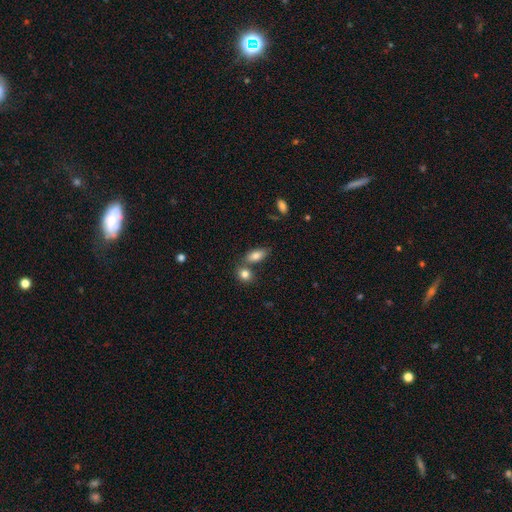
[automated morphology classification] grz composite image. It shows a smooth galaxy with no disk features (82%) that is in between round and cigar-shaped (85%). Merging: none (59%).